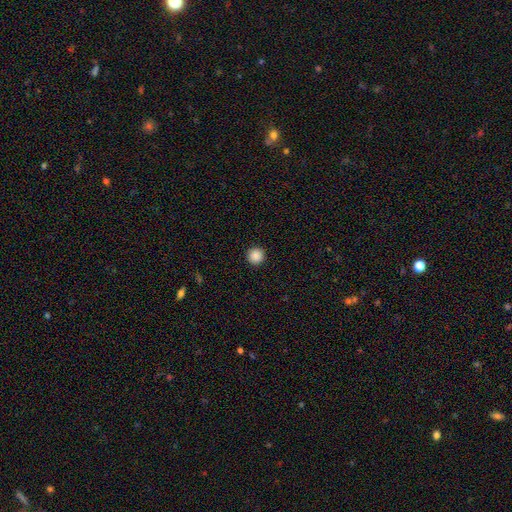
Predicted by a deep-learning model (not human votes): Smooth or featured? smooth (88%)
How rounded? round (96%)
Merging? none (94%)